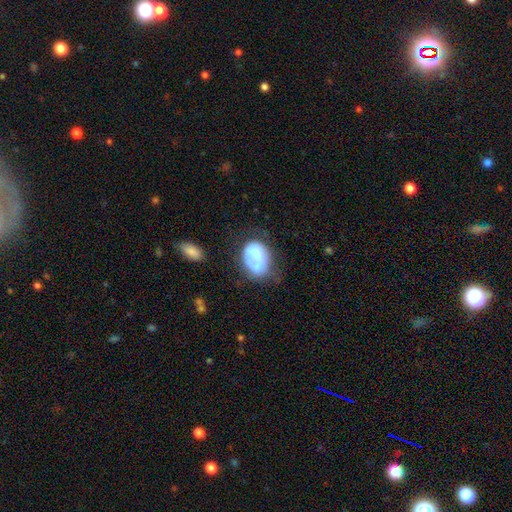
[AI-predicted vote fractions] A smooth galaxy with no disk features (52%) that is in between round and cigar-shaped (70%).

Vote fractions:
- Smooth or featured? smooth: 52% / featured or disk: 41% / star or artifact: 8%
- How rounded? in between: 70% / round: 29% / cigar-shaped: 1%
- Merging? none: 35% / minor disturbance: 30% / major disturbance: 25% / merger: 11%